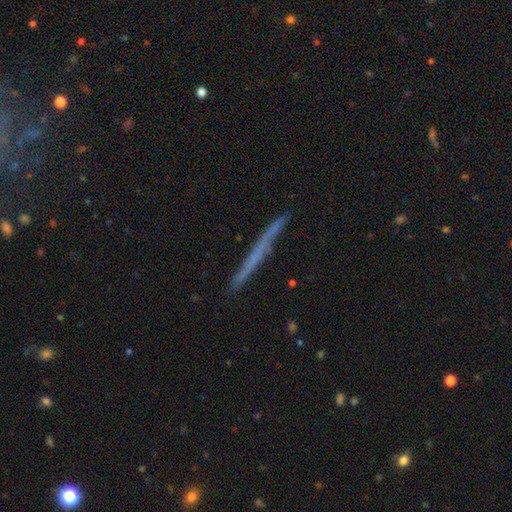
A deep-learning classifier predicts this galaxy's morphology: type=featured or disk (50%); edge-on=yes (97%); merging=none (89%).